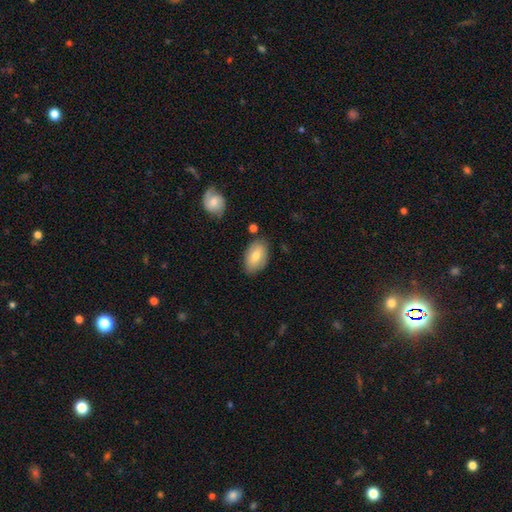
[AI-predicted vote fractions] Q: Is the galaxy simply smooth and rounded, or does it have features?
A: smooth — 73%.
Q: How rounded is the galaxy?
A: in between — 92%.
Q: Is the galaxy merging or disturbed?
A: none — 78%.